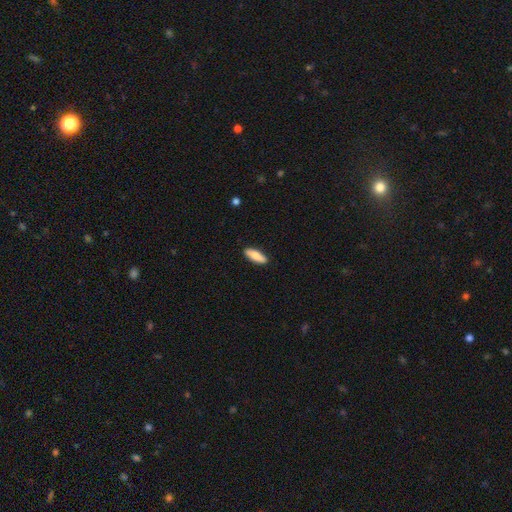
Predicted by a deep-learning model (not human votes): Smooth or featured: smooth — 78% (featured or disk — 17%)
How rounded: in between — 50% (cigar-shaped — 48%)
Merging: none — 88% (minor disturbance — 9%)